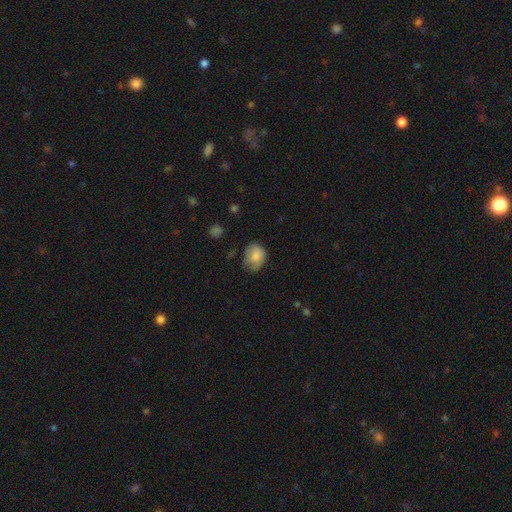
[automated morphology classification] smooth_or_featured: smooth (p=0.77) [alt: featured or disk p=0.15]
how_rounded: in between (p=0.52) [alt: round p=0.47]
merging: none (p=0.48) [alt: minor disturbance p=0.35]